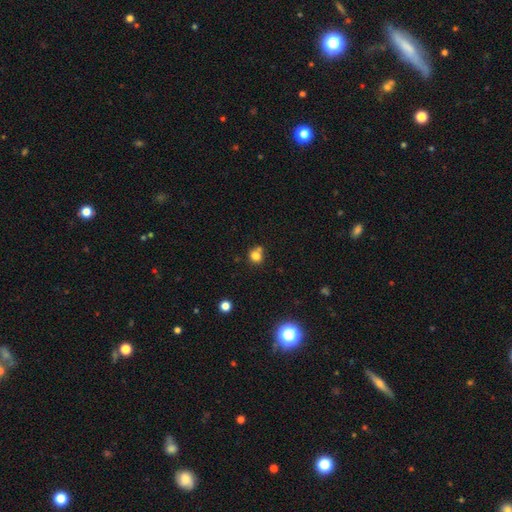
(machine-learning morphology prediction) Smooth or featured? Predicted: smooth (p=0.78). How rounded? Predicted: round (p=0.81). Merging? Predicted: none (p=0.59).